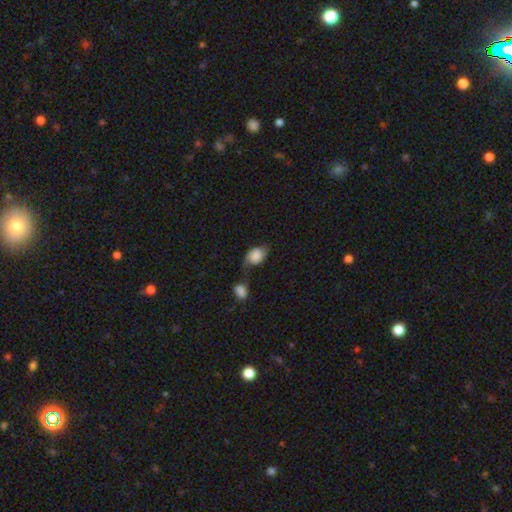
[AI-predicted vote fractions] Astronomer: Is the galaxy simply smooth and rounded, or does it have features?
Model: smooth — 75%.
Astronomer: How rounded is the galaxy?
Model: in between — 75%.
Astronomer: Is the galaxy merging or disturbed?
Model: merger — 36% (runner-up: none, 27%).